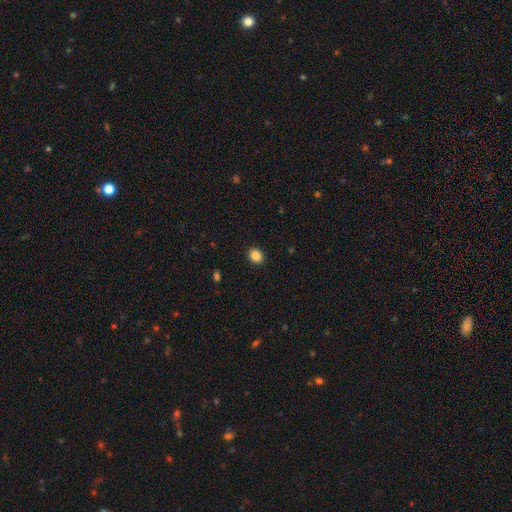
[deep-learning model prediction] smooth-or-featured: smooth: 86% | star or artifact: 10% | featured or disk: 4%
  how-rounded: round: 58% | in between: 41% | cigar-shaped: 1%
  merging: none: 90% | minor disturbance: 6% | major disturbance: 2% | merger: 1%